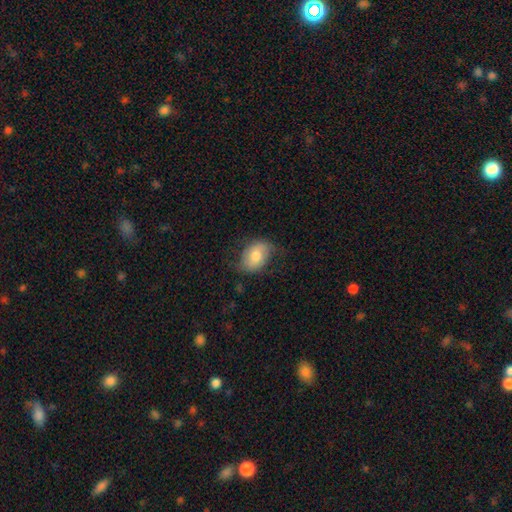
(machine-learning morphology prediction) Q: Smooth or featured?
A: smooth (61%); runner-up: featured or disk (32%)
Q: How rounded?
A: in between (76%); runner-up: round (23%)
Q: Merging?
A: none (65%); runner-up: minor disturbance (24%)